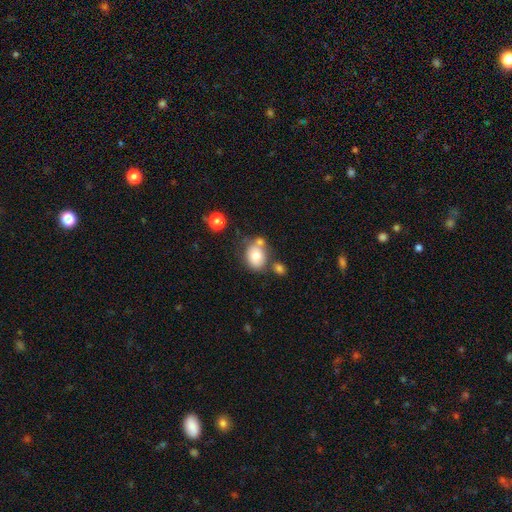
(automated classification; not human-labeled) Smooth or featured? smooth (76%)
How rounded? in between (53%)
Merging? none (56%)